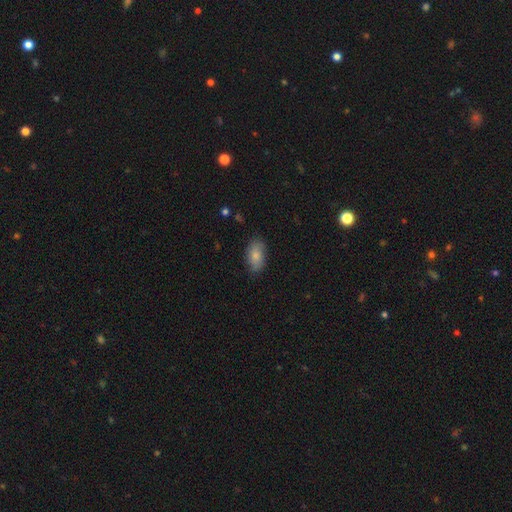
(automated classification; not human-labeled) This appears to be a smooth galaxy with no disk features (80%) that is in between round and cigar-shaped (92%). Merging: none (78%).